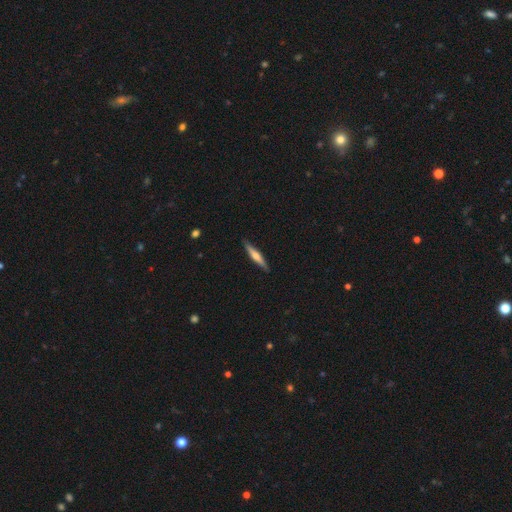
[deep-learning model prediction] Smooth or featured? Predicted: featured or disk (p=0.54). Edge-on disk? Predicted: yes (p=0.96). Edge-on bulge? Predicted: rounded (p=0.83). Merging? Predicted: none (p=0.90).